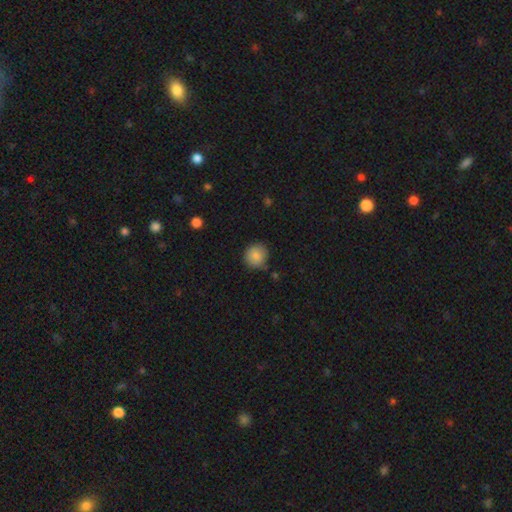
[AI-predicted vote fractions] This is clearly a smooth galaxy (86%). How rounded: clearly round (87%). Merging: clearly none (82%).